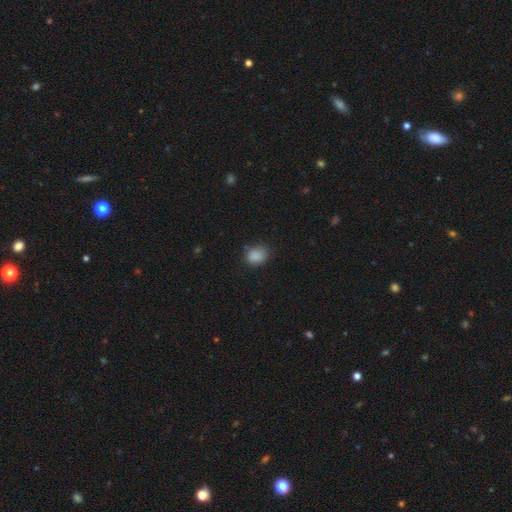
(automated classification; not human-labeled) Q: Smooth or featured?
A: smooth (86%); runner-up: star or artifact (9%)
Q: How rounded?
A: in between (55%); runner-up: round (44%)
Q: Merging?
A: none (69%); runner-up: minor disturbance (23%)